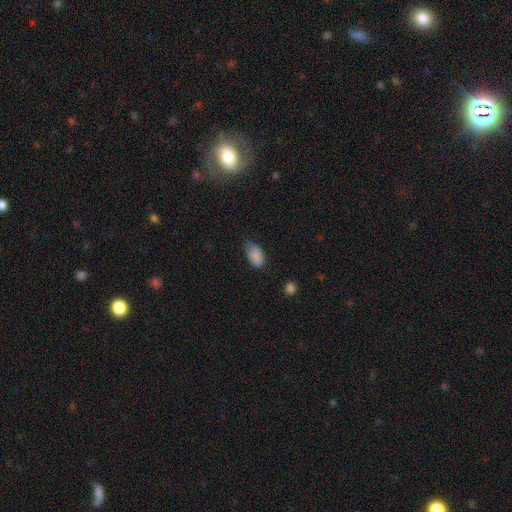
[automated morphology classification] The model was most divided on "merging": none: 53%, minor disturbance: 37%, major disturbance: 8%, merger: 2%. More confident: how rounded — in between (92%); smooth or featured — smooth (87%).